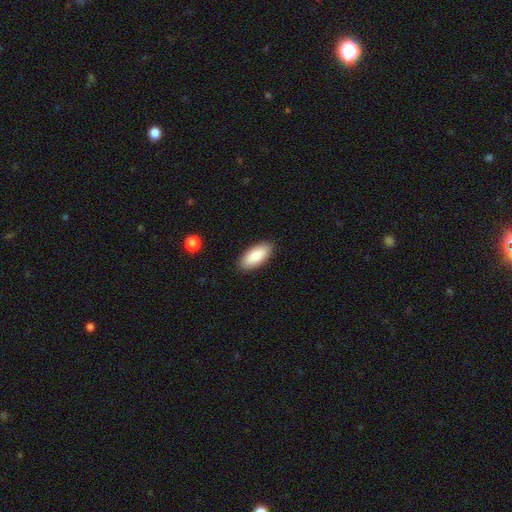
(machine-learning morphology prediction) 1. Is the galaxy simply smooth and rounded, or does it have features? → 84% smooth, 10% featured or disk, 6% star or artifact.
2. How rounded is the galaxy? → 88% in between, 10% cigar-shaped, 2% round.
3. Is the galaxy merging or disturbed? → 89% none, 8% minor disturbance, 2% major disturbance, 1% merger.